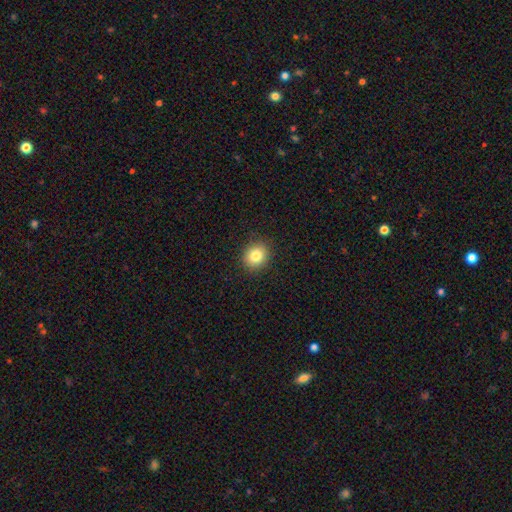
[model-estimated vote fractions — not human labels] Smooth or featured?
  - smooth: 83% *
  - star or artifact: 10%
  - featured or disk: 7%
How rounded?
  - round: 75% *
  - in between: 24%
  - cigar-shaped: 1%
Merging?
  - none: 90% *
  - minor disturbance: 7%
  - major disturbance: 2%
  - merger: 1%